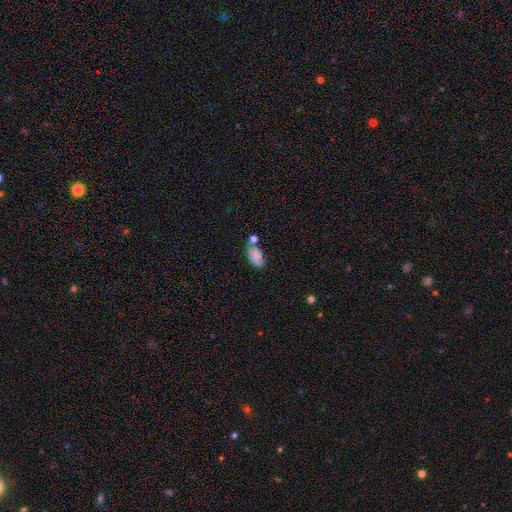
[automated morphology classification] Smooth or featured?
  - smooth: 81% *
  - featured or disk: 11%
  - star or artifact: 8%
How rounded?
  - in between: 93% *
  - round: 5%
  - cigar-shaped: 2%
Merging?
  - none: 55% *
  - merger: 20%
  - minor disturbance: 19%
  - major disturbance: 5%